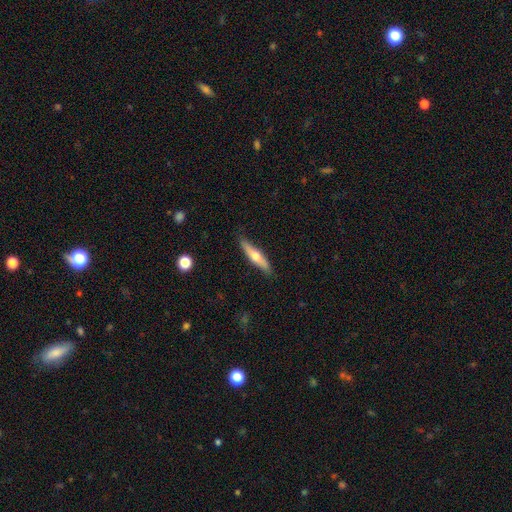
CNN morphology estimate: smooth 48%, featured or disk 47%, star or artifact 5%. Down the decision tree: merging — none (85%).